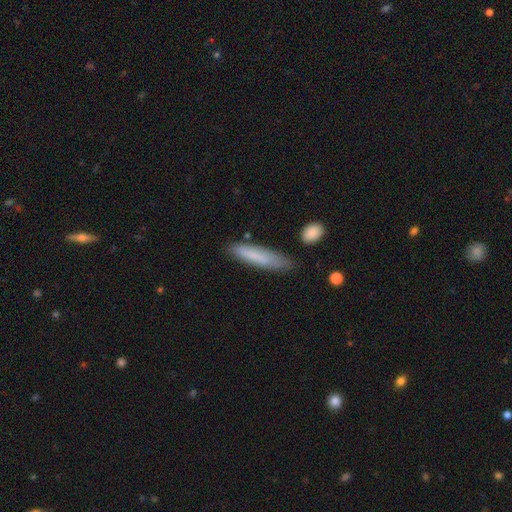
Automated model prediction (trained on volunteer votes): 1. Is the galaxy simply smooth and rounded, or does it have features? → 78% smooth, 16% featured or disk, 6% star or artifact.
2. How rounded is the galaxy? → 85% cigar-shaped, 14% in between, 1% round.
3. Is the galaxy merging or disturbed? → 76% none, 17% minor disturbance, 4% major disturbance, 3% merger.